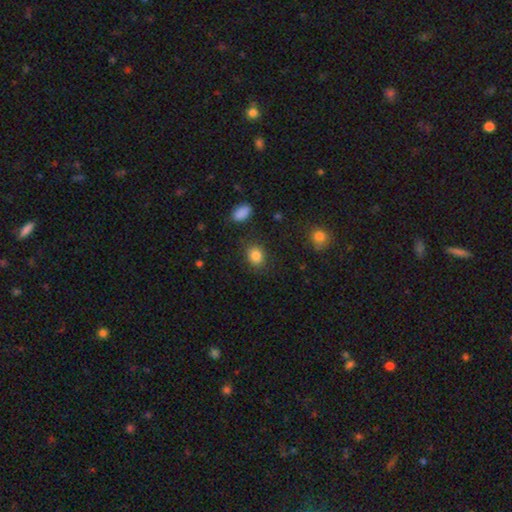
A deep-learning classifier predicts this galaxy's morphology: The model was most divided on "how rounded": in between: 50%, round: 49%, cigar-shaped: 1%. More confident: smooth or featured — smooth (85%); merging — none (83%).